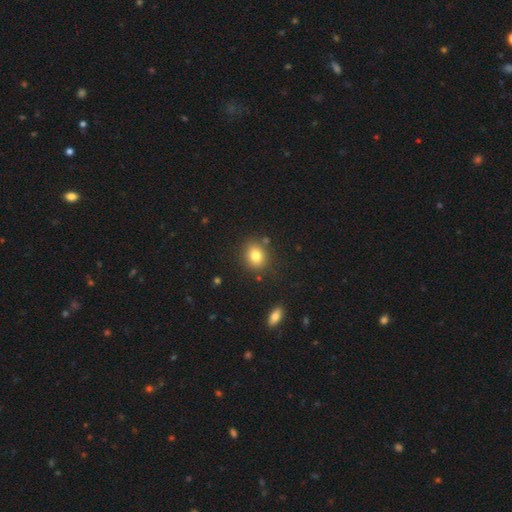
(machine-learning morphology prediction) smooth-or-featured: smooth: 81% | star or artifact: 11% | featured or disk: 8%
  how-rounded: round: 60% | in between: 39% | cigar-shaped: 1%
  merging: none: 83% | minor disturbance: 10% | merger: 4% | major disturbance: 3%